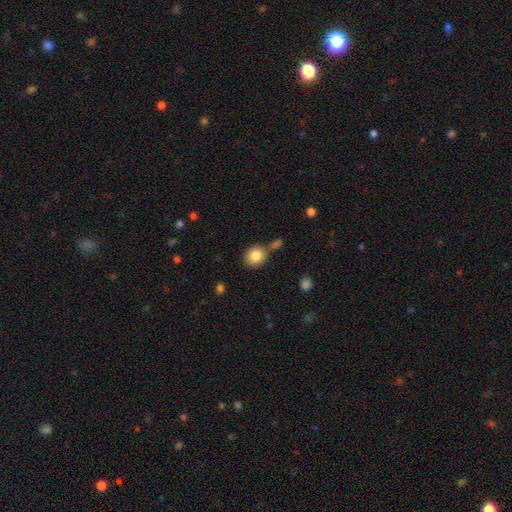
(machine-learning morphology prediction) Smooth or featured? smooth (83%)
How rounded? round (74%)
Merging? none (68%)